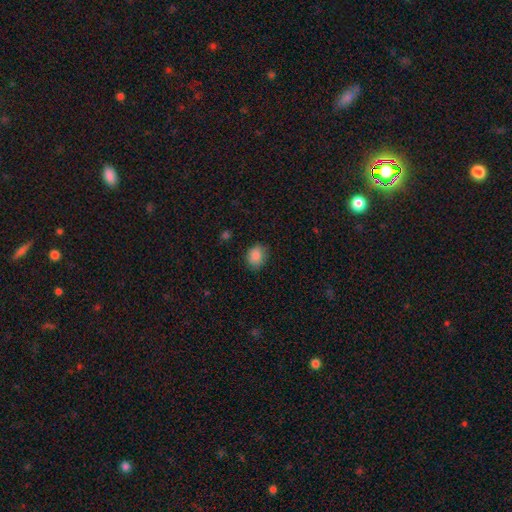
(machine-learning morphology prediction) The model was most divided on "how rounded": round: 55%, in between: 44%, cigar-shaped: 1%. More confident: smooth or featured — smooth (87%); merging — none (77%).